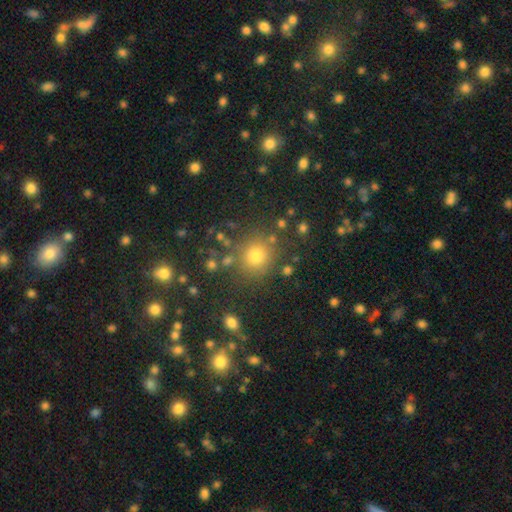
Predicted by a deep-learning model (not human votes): Morphology: type=smooth (73%); roundness=round (88%); merging=none (81%).